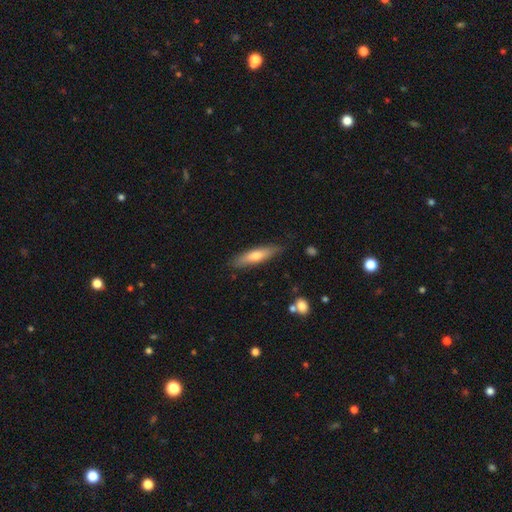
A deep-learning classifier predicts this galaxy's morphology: This appears to be a smooth galaxy with no disk features (61%) that is cigar-shaped (78%). Merging: none (83%).